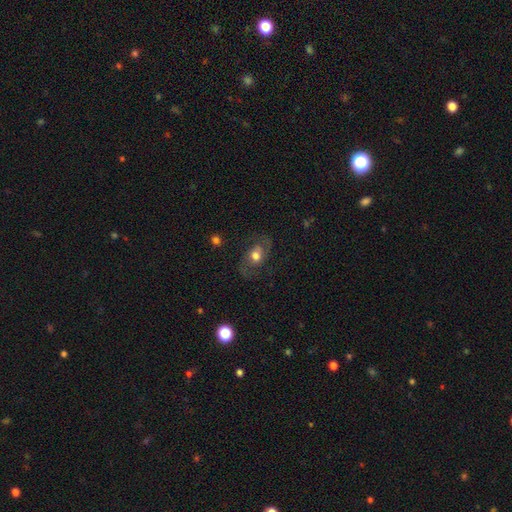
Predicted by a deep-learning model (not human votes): Smooth or featured: featured or disk — 57% (smooth — 33%)
Edge-on disk: no — 94% (yes — 6%)
Bar: no — 67% (weak — 25%)
Spiral arms: yes — 78% (no — 22%)
Bulge size: moderate — 65% (large — 23%)
Merging: none — 68% (minor disturbance — 17%)